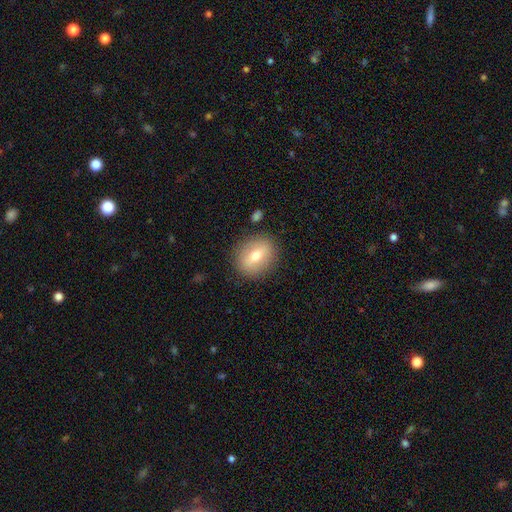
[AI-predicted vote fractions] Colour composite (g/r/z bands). It shows a smooth galaxy with no disk features (62%) that is round (57%). Merging: none (86%).